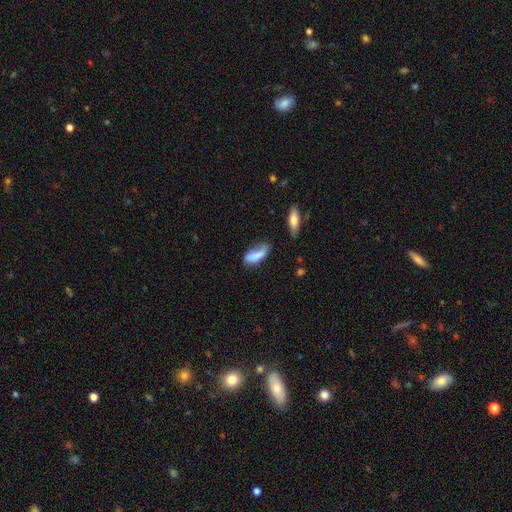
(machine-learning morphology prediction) Q: Smooth or featured?
A: smooth (75%); runner-up: featured or disk (16%)
Q: How rounded?
A: in between (72%); runner-up: cigar-shaped (25%)
Q: Merging?
A: none (41%); runner-up: minor disturbance (33%)